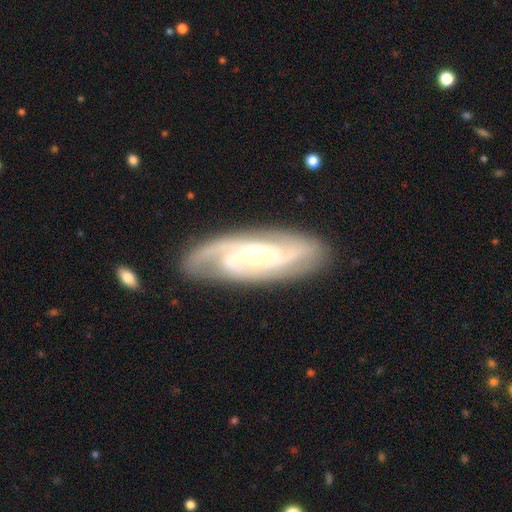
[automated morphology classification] smooth_or_featured: featured or disk (p=0.88) [alt: smooth p=0.08]
disk_edge_on: no (p=0.91) [alt: yes p=0.09]
bar: no (p=0.59) [alt: weak p=0.30]
has_spiral_arms: yes (p=0.97) [alt: no p=0.03]
spiral_winding: tight (p=0.54) [alt: medium p=0.39]
spiral_arm_count: 2 (p=0.40) [alt: 3 p=0.32]
bulge_size: small (p=0.55) [alt: moderate p=0.41]
merging: none (p=0.82) [alt: minor disturbance p=0.13]